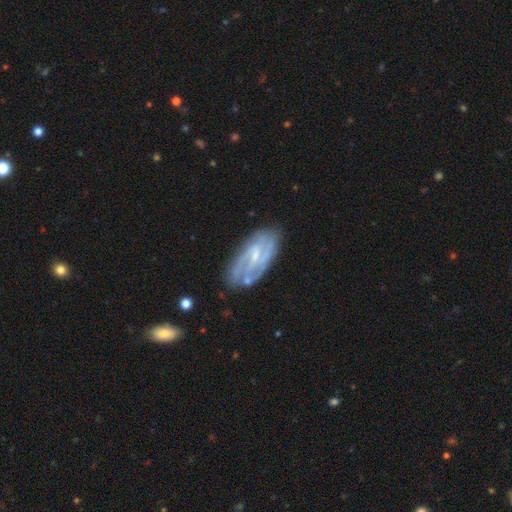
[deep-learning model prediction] This is likely a featured or disk galaxy (80%). It is clearly not viewed edge-on (93%). Bar: possibly weak (50%). Spiral arm pattern: clearly yes (87%). Spiral arm count: marginally 2 (36%). Spiral winding: possibly tight (48%). Central bulge: likely small (67%). Merging: likely none (71%).